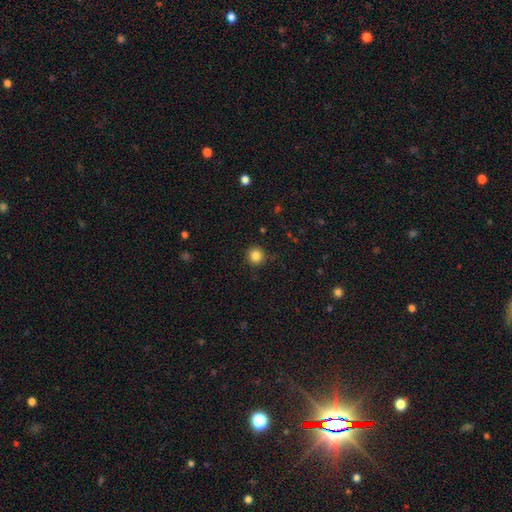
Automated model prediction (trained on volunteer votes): Q: Smooth or featured?
A: smooth (84%); runner-up: star or artifact (11%)
Q: How rounded?
A: round (94%); runner-up: in between (5%)
Q: Merging?
A: none (88%); runner-up: minor disturbance (8%)